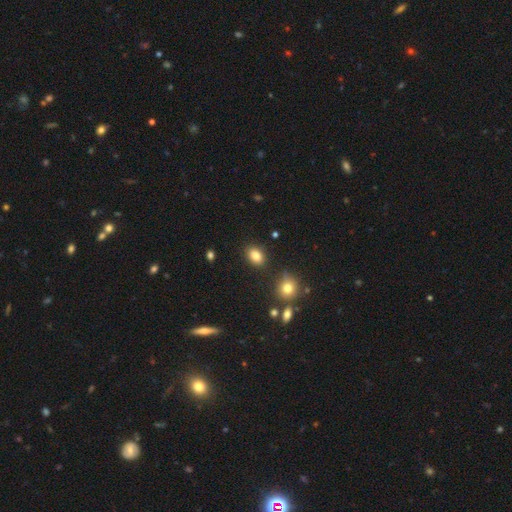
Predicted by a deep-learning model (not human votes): Q: Smooth or featured?
A: smooth (84%); runner-up: star or artifact (10%)
Q: How rounded?
A: in between (79%); runner-up: round (20%)
Q: Merging?
A: none (84%); runner-up: minor disturbance (10%)